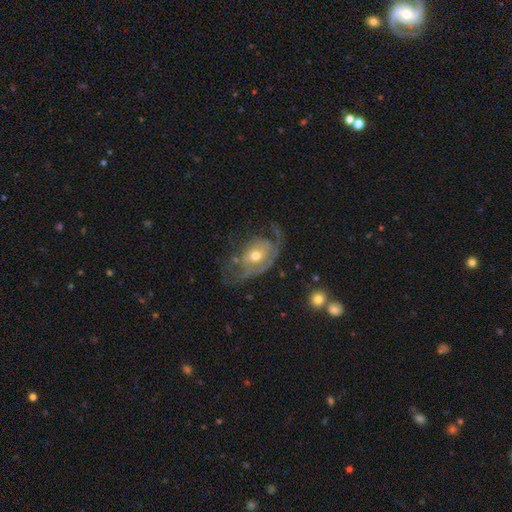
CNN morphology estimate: This appears to be a featured or disk galaxy (69%) with no bar (68%), spiral arms (66%) and a moderate central bulge (65%). Merging: none (37%, tied with major disturbance).